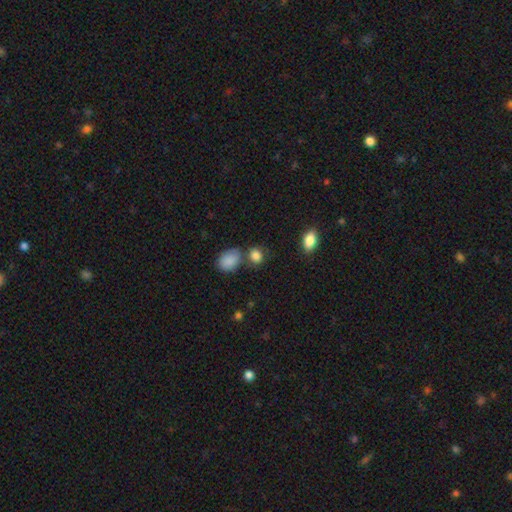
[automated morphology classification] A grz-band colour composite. It shows a smooth galaxy with no disk features (85%) that is round (58%). Merging: none (60%).